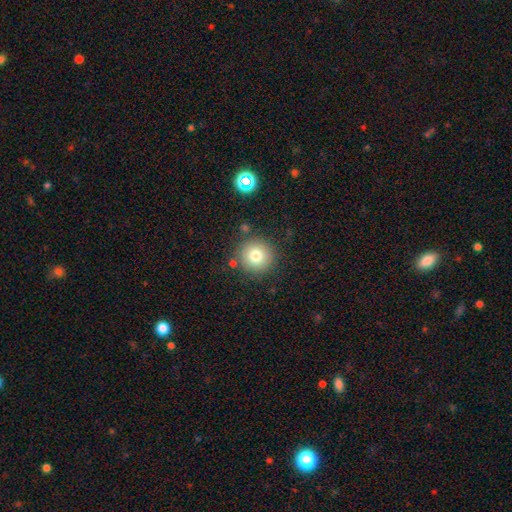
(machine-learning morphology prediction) smooth-or-featured: smooth: 78% | star or artifact: 12% | featured or disk: 10%
  how-rounded: round: 95% | in between: 4% | cigar-shaped: 1%
  merging: none: 85% | minor disturbance: 9% | merger: 3% | major disturbance: 3%